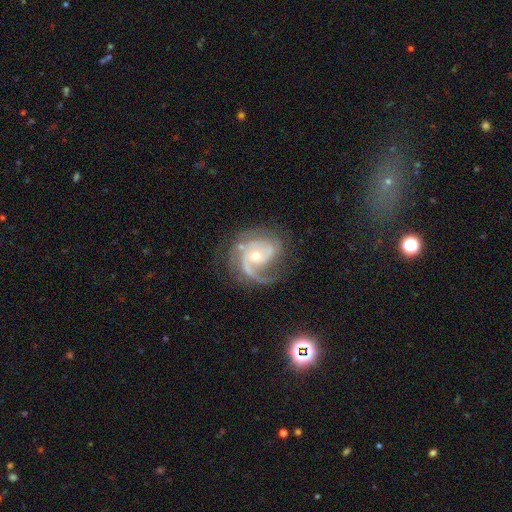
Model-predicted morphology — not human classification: smooth-or-featured: featured or disk: 88% | smooth: 7% | star or artifact: 5%
  disk-edge-on: no: 98% | yes: 2%
    bar: no: 65% | weak: 29% | strong: 7%
    has-spiral-arms: yes: 97% | no: 3%
      spiral-winding: medium: 46% | tight: 32% | loose: 21%
      spiral-arm-count: 2: 42% | 1: 27% | 3: 14% | can't tell: 10% | 4: 3% | more than 4: 3%
    bulge-size: moderate: 49% | small: 47% | large: 2% | none: 1% | dominant: 1%
  merging: none: 58% | minor disturbance: 21% | major disturbance: 18% | merger: 2%